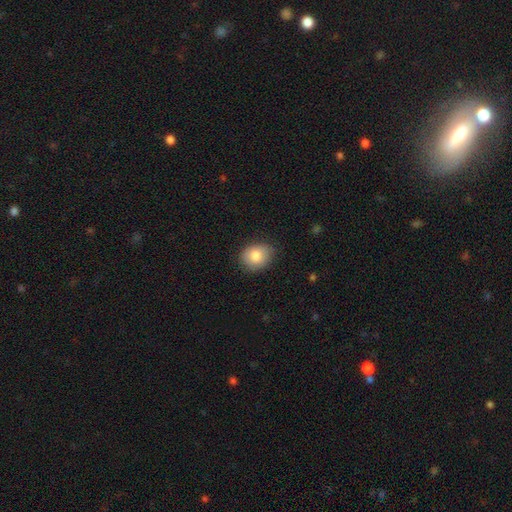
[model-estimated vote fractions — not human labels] Smooth or featured? smooth (82%)
How rounded? round (51%)
Merging? none (78%)